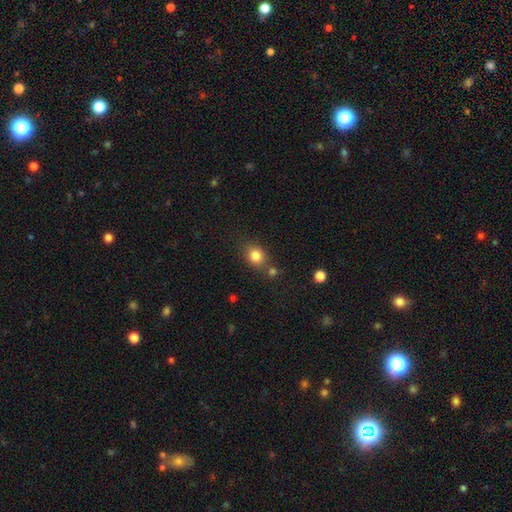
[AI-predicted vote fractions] This is clearly a smooth galaxy (82%). How rounded: likely round (63%). Merging: likely none (69%).